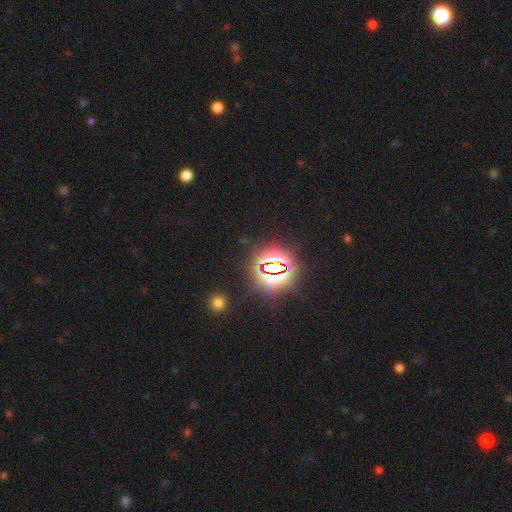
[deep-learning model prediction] Smooth or featured: star or artifact — 82% (smooth — 11%)